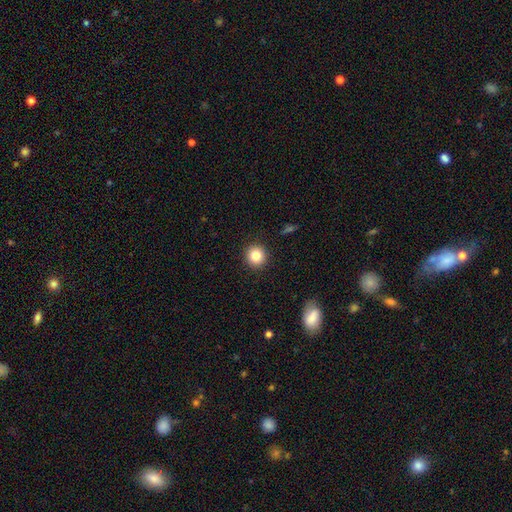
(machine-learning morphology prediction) type=smooth (84%); roundness=round (93%); merging=none (92%).